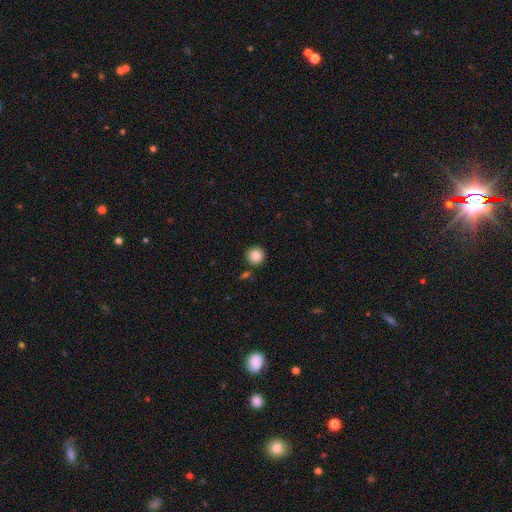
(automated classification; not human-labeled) Smooth or featured? Predicted: smooth (p=0.86). How rounded? Predicted: round (p=0.95). Merging? Predicted: none (p=0.88).